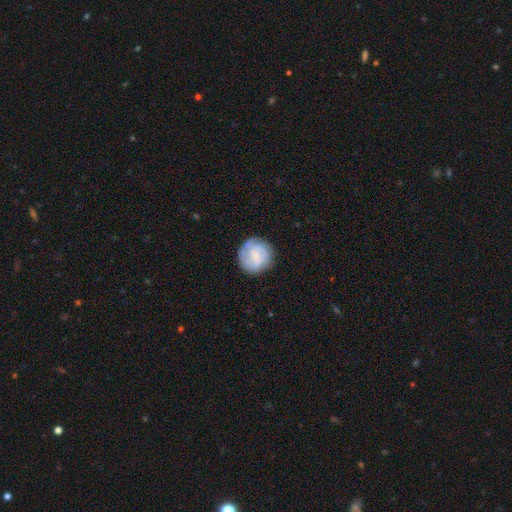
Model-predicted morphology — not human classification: The model was most divided on "bar": no: 56%, weak: 37%, strong: 6%. Remaining: edge-on disk — no (98%); spiral arms — yes (91%); merging — none (78%); smooth or featured — featured or disk (70%); bulge size — small (68%); spiral winding — tight (59%); spiral arm count — 2 (44%).